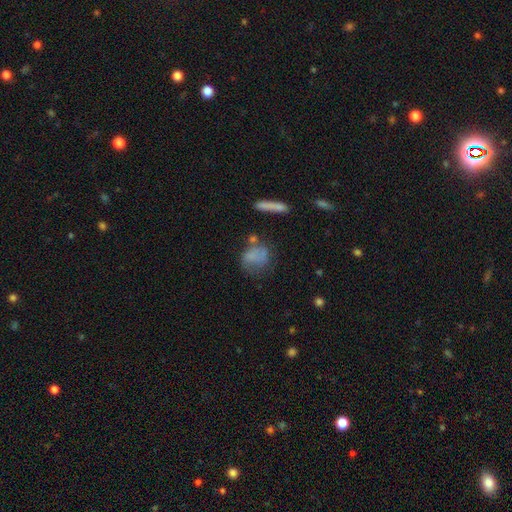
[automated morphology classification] A smooth galaxy with no disk features (66%) that is round (50%). Merging: none (42%).